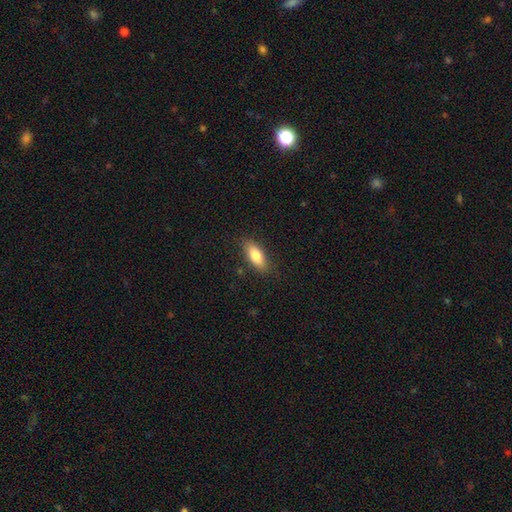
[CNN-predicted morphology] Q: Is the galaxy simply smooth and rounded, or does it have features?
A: smooth — 80%.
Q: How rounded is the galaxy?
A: in between — 74%.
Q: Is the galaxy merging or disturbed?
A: none — 85%.